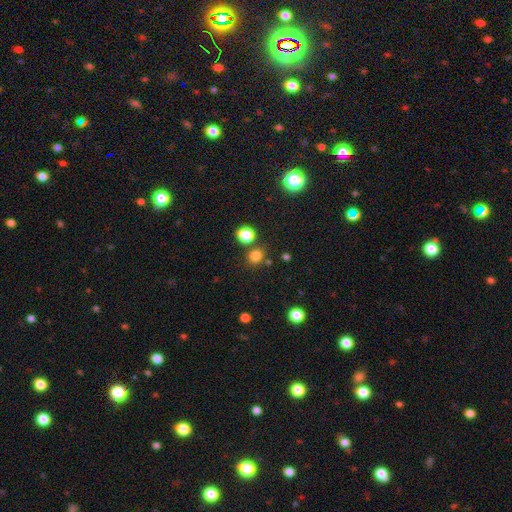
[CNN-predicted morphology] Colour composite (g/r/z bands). It shows a smooth galaxy with no disk features (78%) that is round (83%). Merging: none (78%).